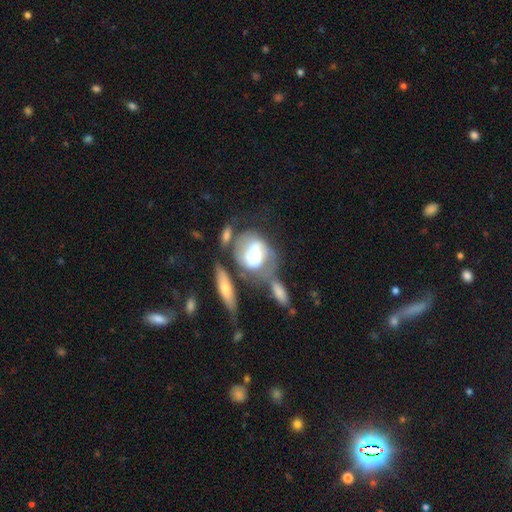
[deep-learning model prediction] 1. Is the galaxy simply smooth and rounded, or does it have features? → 66% featured or disk, 27% smooth, 7% star or artifact.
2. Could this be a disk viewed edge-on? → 94% no, 6% yes.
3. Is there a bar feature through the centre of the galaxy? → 46% weak, 34% strong, 20% no.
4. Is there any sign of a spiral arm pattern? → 79% yes, 21% no.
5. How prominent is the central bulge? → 53% moderate, 20% small, 20% large, 5% none, 2% dominant.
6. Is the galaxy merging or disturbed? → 33% merger (tied), 33% none (tied), 18% major disturbance, 16% minor disturbance.